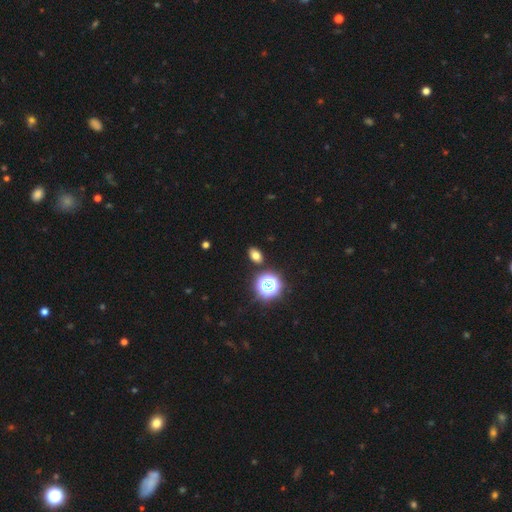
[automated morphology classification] Smooth or featured?
  - smooth: 71% *
  - star or artifact: 20%
  - featured or disk: 9%
How rounded?
  - in between: 76% *
  - round: 22%
  - cigar-shaped: 2%
Merging?
  - none: 87% *
  - minor disturbance: 8%
  - merger: 3%
  - major disturbance: 2%